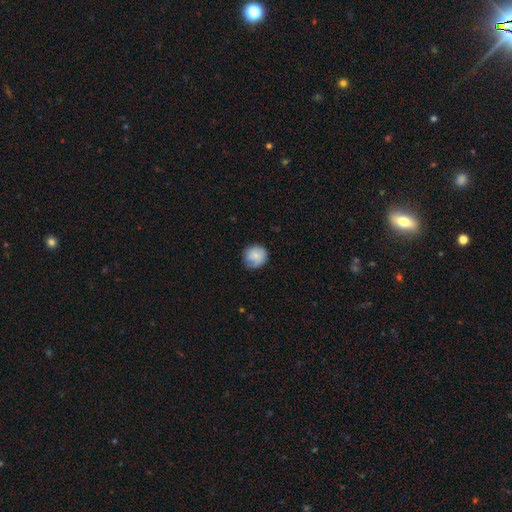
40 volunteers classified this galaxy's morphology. Overall: smooth (82%). How rounded: round (94%). Merging: none (61%; minor disturbance 29%).